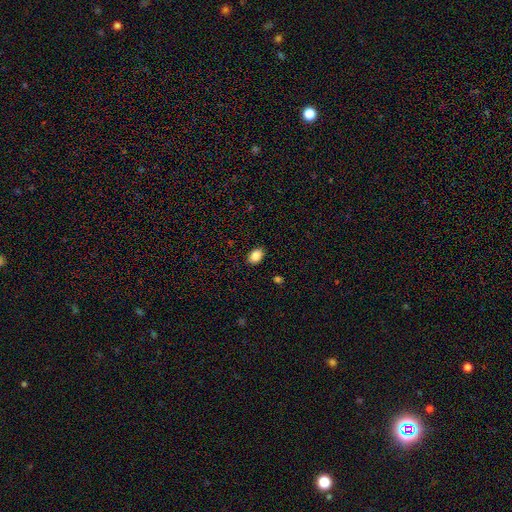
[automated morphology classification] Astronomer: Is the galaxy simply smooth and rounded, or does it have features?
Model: smooth — 87%.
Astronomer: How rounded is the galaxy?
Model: in between — 77%.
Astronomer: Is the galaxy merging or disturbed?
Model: none — 88%.